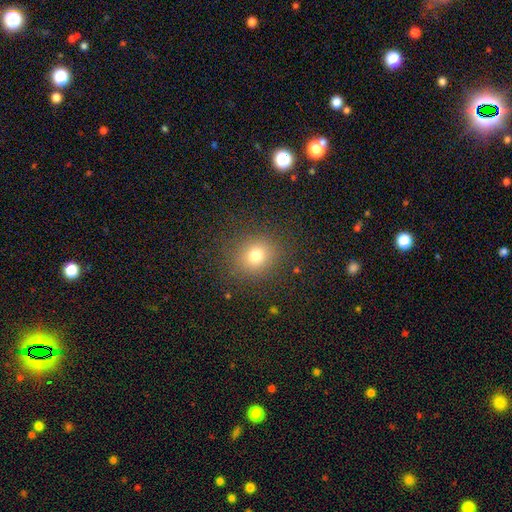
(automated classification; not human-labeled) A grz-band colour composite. It shows a smooth galaxy with no disk features (76%) that is round (78%). Merging: none (85%).